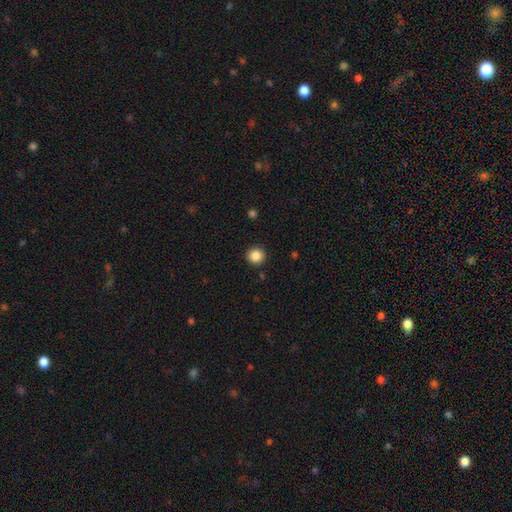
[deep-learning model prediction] Smooth or featured: smooth — 86% (star or artifact — 10%)
How rounded: round — 94% (in between — 5%)
Merging: none — 92% (minor disturbance — 5%)